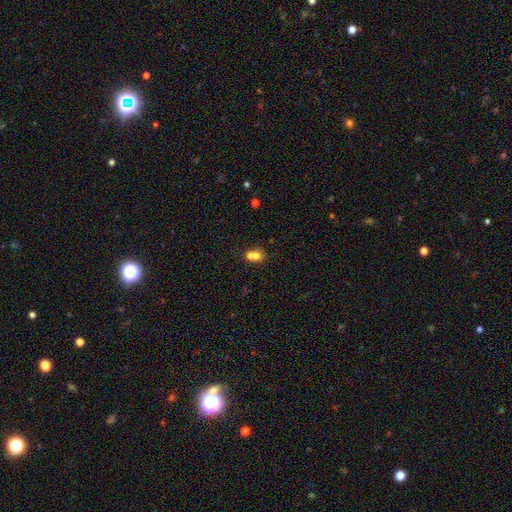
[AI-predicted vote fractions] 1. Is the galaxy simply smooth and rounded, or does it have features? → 71% smooth, 17% featured or disk, 12% star or artifact.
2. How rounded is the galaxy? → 63% round, 36% in between, 1% cigar-shaped.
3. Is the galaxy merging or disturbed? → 64% merger, 27% none, 6% minor disturbance, 3% major disturbance.